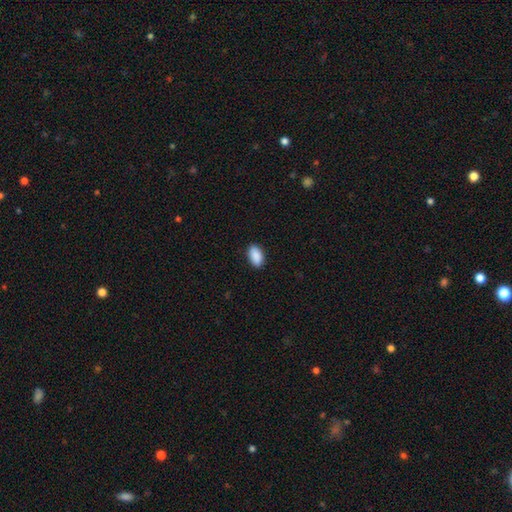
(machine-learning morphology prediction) Smooth or featured? Predicted: smooth (p=0.91). How rounded? Predicted: in between (p=0.94). Merging? Predicted: none (p=0.89).